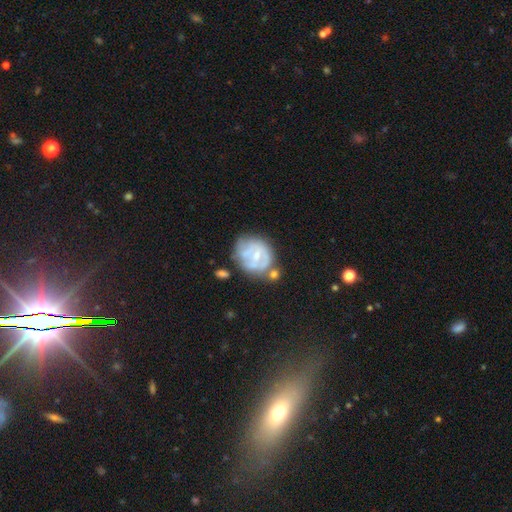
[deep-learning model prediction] Smooth or featured: featured or disk — 68% (smooth — 26%)
Edge-on disk: no — 97% (yes — 3%)
Bar: no — 48% (weak — 41%)
Spiral arms: yes — 65% (no — 35%)
Bulge size: small — 59% (moderate — 34%)
Merging: none — 46% (minor disturbance — 25%)